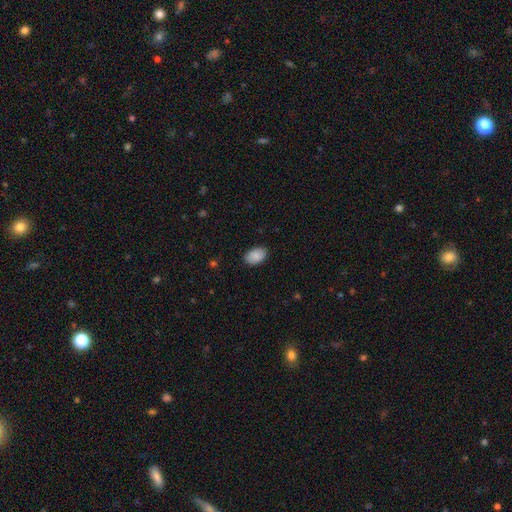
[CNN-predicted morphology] A smooth galaxy with no disk features (90%) that is in between round and cigar-shaped (91%).

Vote fractions:
- Smooth or featured? smooth: 90% / star or artifact: 6% / featured or disk: 4%
- How rounded? in between: 91% / round: 8% / cigar-shaped: 1%
- Merging? none: 87% / minor disturbance: 10% / major disturbance: 2% / merger: 1%